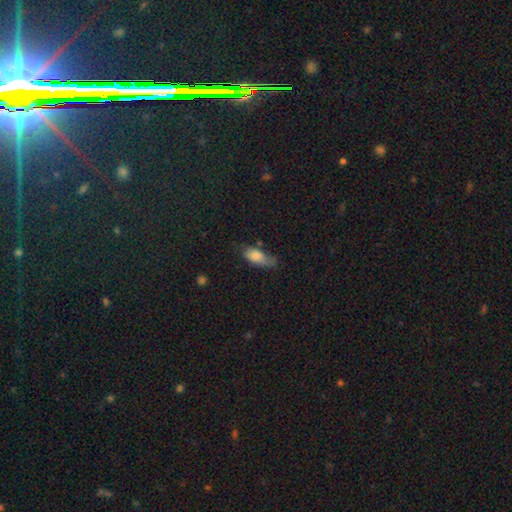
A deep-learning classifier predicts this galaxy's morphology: This is likely a smooth galaxy (75%). How rounded: clearly in between (82%). Merging: marginally none (43%).